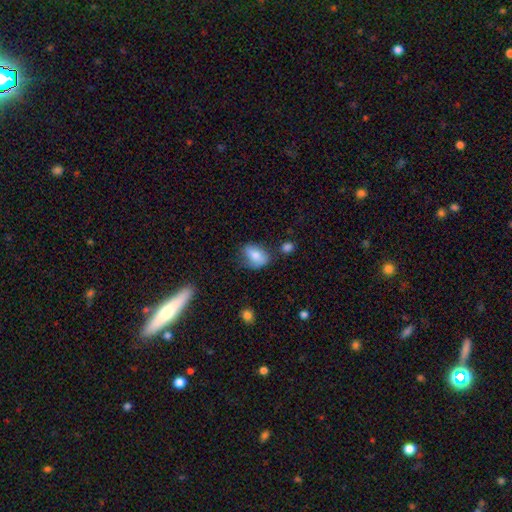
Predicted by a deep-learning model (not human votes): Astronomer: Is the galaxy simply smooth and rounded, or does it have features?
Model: smooth — 77%.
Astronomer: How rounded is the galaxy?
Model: in between — 84%.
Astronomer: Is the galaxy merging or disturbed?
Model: none — 51% (runner-up: minor disturbance, 32%).